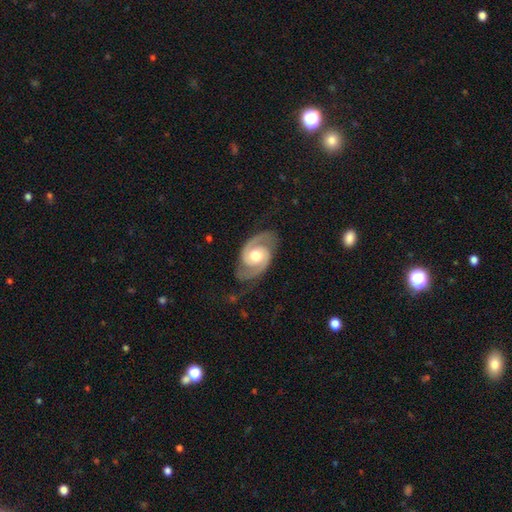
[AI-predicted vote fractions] Smooth or featured? featured or disk (91%)
Edge-on disk? no (97%)
Bar? no (63%)
Spiral arms? yes (98%)
Spiral winding? medium (51%)
Spiral arm count? 2 (93%)
Bulge size? moderate (71%)
Merging? none (74%)